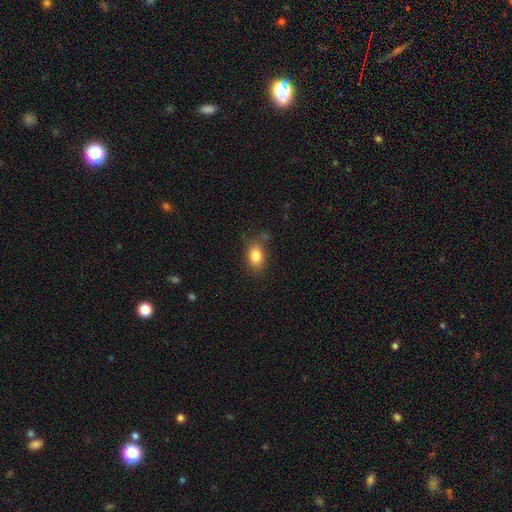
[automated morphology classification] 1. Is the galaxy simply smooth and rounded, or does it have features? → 84% smooth, 9% star or artifact, 7% featured or disk.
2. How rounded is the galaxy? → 82% in between, 16% round, 2% cigar-shaped.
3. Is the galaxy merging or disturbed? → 72% none, 18% minor disturbance, 5% major disturbance, 4% merger.